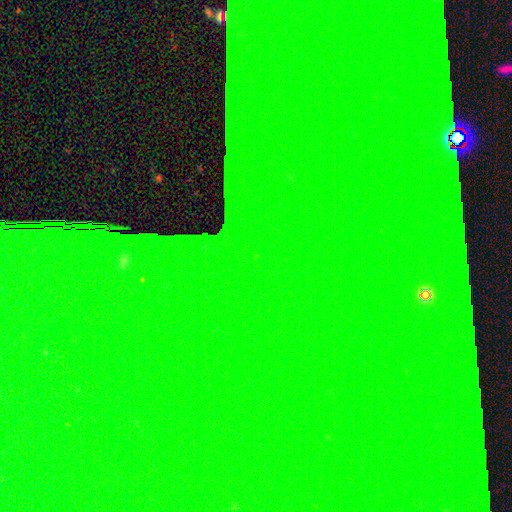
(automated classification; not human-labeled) smooth-or-featured: star or artifact: 85% | featured or disk: 8% | smooth: 7%